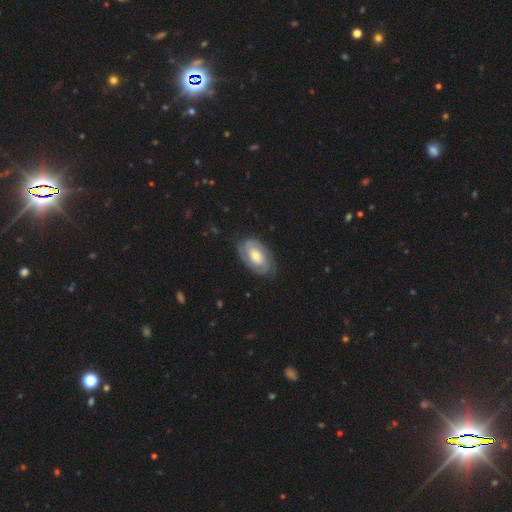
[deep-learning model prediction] This is likely a featured or disk galaxy (75%). It is clearly not viewed edge-on (96%). Bar: possibly no (54%). Spiral arm pattern: clearly yes (89%). Spiral arm count: likely 2 (66%). Spiral winding: likely tight (67%). Central bulge: likely moderate (65%). Merging: likely none (78%).